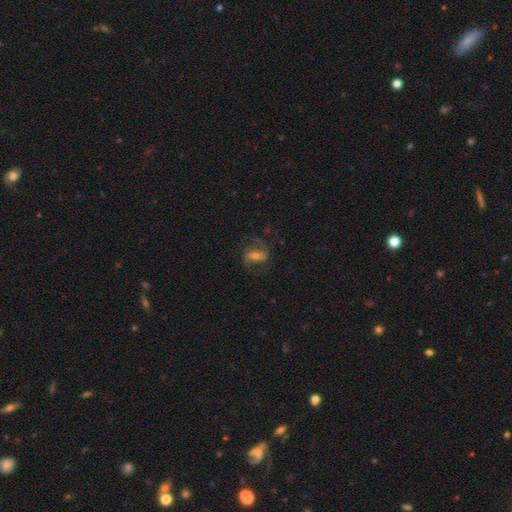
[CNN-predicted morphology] Smooth or featured?
  - featured or disk: 64% *
  - smooth: 25%
  - star or artifact: 11%
Edge-on disk?
  - no: 94% *
  - yes: 6%
Bar?
  - strong: 39% *
  - weak: 35%
  - no: 26%
Spiral arms?
  - yes: 85% *
  - no: 15%
Spiral winding?
  - medium: 46% *
  - loose: 36%
  - tight: 18%
Spiral arm count?
  - 2: 83% *
  - can't tell: 9%
  - 1: 4%
  - 3: 2%
  - 4: 1%
  - more than 4: 1%
Bulge size?
  - moderate: 47% *
  - small: 42%
  - large: 6%
  - none: 3%
  - dominant: 2%
Merging?
  - none: 68% *
  - minor disturbance: 17%
  - major disturbance: 13%
  - merger: 1%